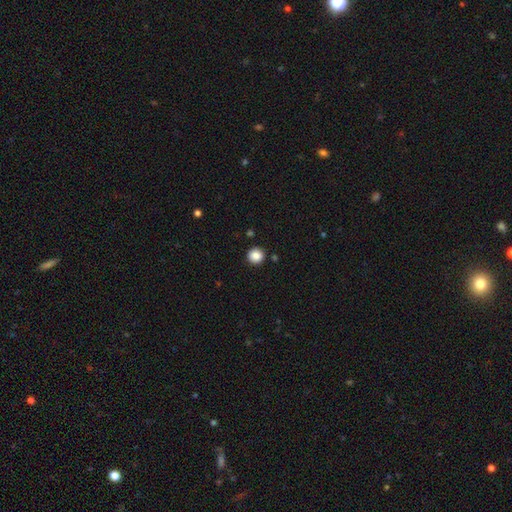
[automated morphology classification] A smooth galaxy with no disk features (87%) that is round (94%). Merging: none (92%).